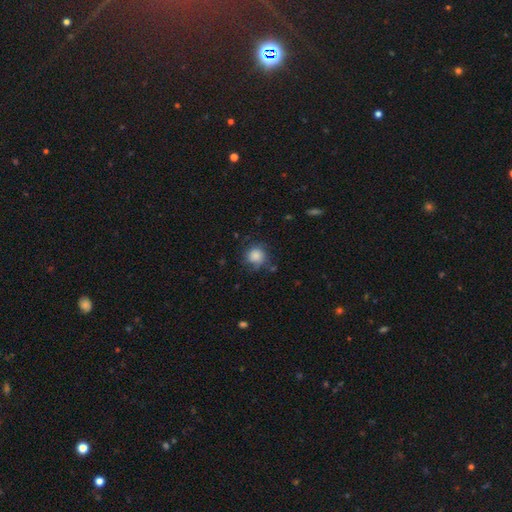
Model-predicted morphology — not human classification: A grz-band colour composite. It shows a smooth galaxy with no disk features (75%) that is round (86%). Merging: none (62%).